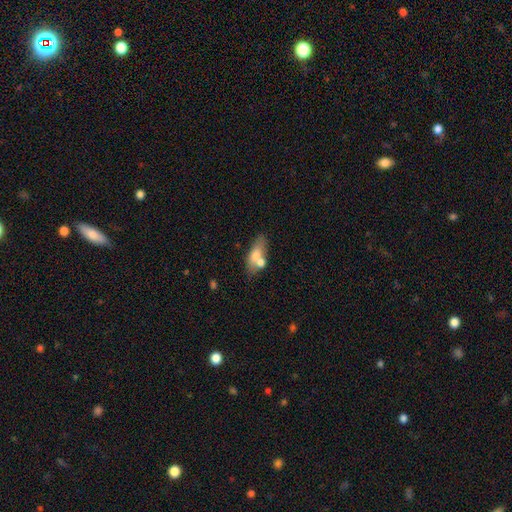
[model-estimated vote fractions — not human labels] Q: Smooth or featured?
A: smooth (66%); runner-up: featured or disk (26%)
Q: How rounded?
A: in between (71%); runner-up: cigar-shaped (23%)
Q: Merging?
A: none (52%); runner-up: merger (26%)